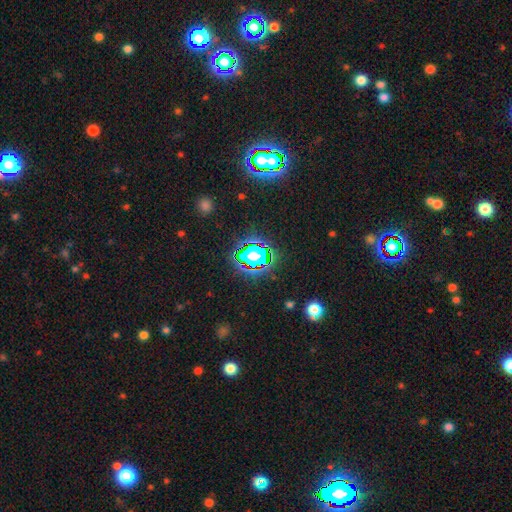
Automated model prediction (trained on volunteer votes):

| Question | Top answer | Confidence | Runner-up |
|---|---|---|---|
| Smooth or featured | star or artifact | 64% | smooth (24%) |